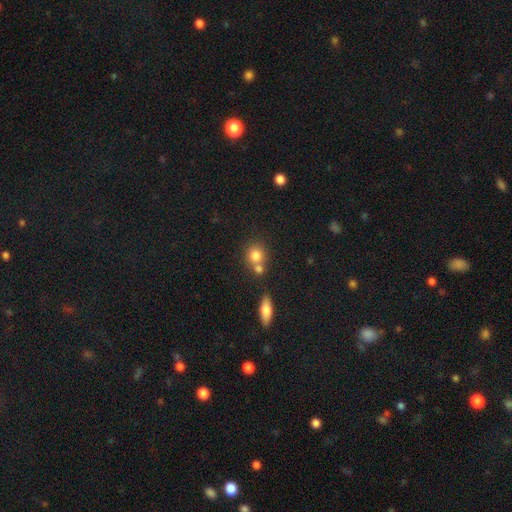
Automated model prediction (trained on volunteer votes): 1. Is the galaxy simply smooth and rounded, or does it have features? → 80% smooth, 10% star or artifact, 10% featured or disk.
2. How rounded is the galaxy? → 82% round, 17% in between, 1% cigar-shaped.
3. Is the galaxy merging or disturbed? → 49% none, 39% merger, 9% minor disturbance, 3% major disturbance.